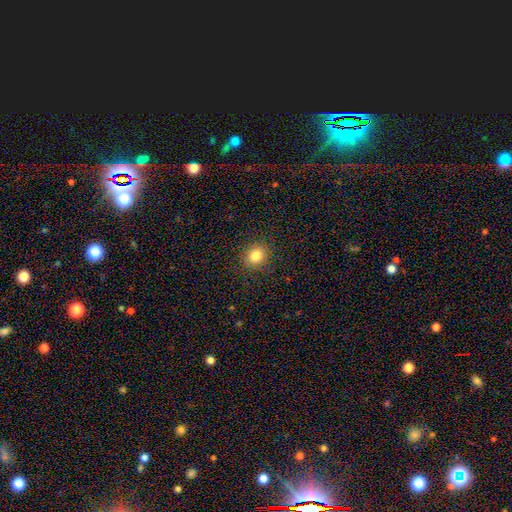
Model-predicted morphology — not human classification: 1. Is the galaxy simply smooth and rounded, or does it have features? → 83% smooth, 11% star or artifact, 6% featured or disk.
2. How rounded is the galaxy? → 69% round, 30% in between, 1% cigar-shaped.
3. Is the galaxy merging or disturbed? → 89% none, 8% minor disturbance, 3% major disturbance, 1% merger.